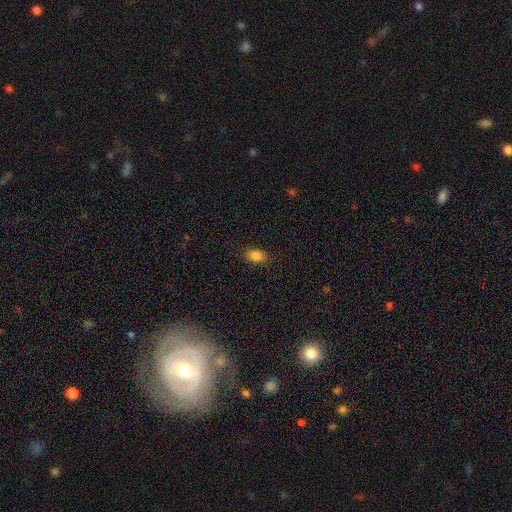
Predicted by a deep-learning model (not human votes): Smooth or featured? Predicted: smooth (p=0.85). How rounded? Predicted: in between (p=0.81). Merging? Predicted: none (p=0.87).